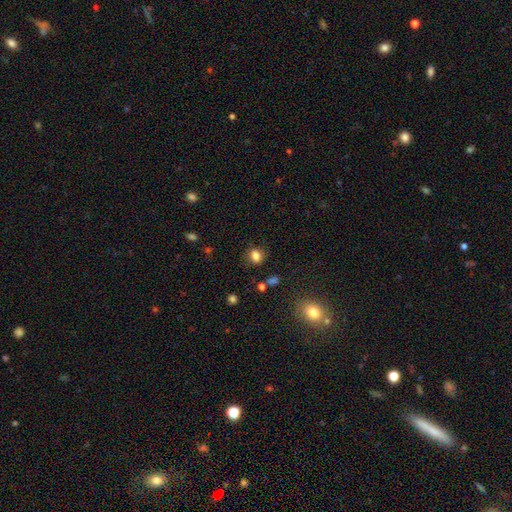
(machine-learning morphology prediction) Overall: smooth (82%). How rounded: round (62%; in between 37%). Merging: none (81%).